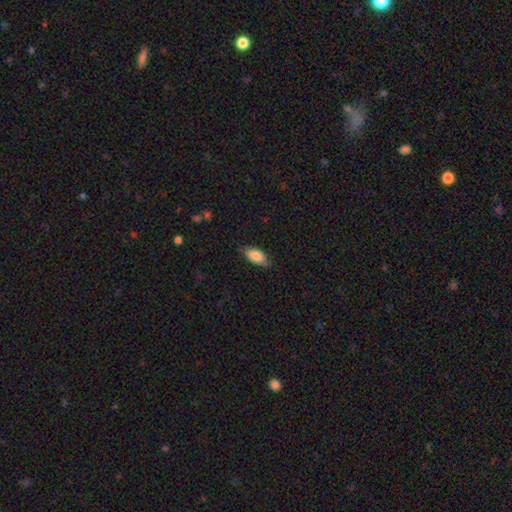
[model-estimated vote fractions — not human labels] A smooth galaxy with no disk features (83%) that is in between round and cigar-shaped (88%). Merging: none (73%).